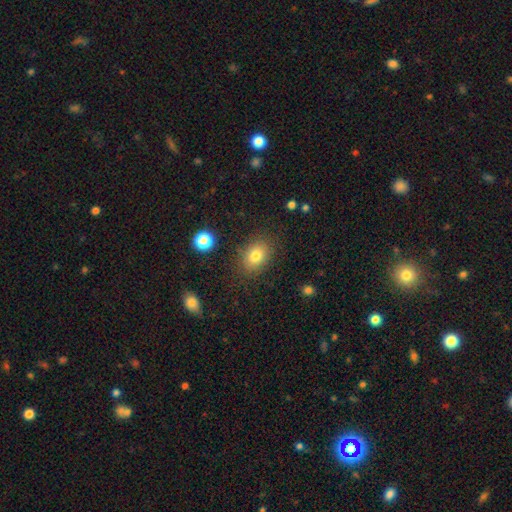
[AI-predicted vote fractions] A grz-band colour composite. It shows a smooth galaxy with no disk features (78%) that is in between round and cigar-shaped (67%). Merging: none (83%).